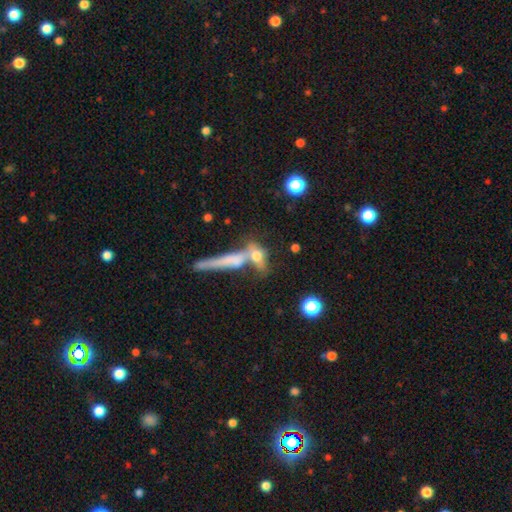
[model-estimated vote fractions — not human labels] This appears to be a smooth galaxy with no disk features (57%) that is cigar-shaped (46%). Merging: merger (40%).